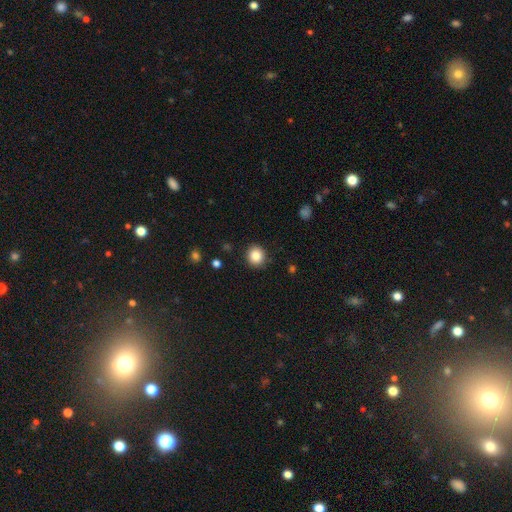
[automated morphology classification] Overall: smooth (86%). How rounded: round (88%). Merging: none (89%).